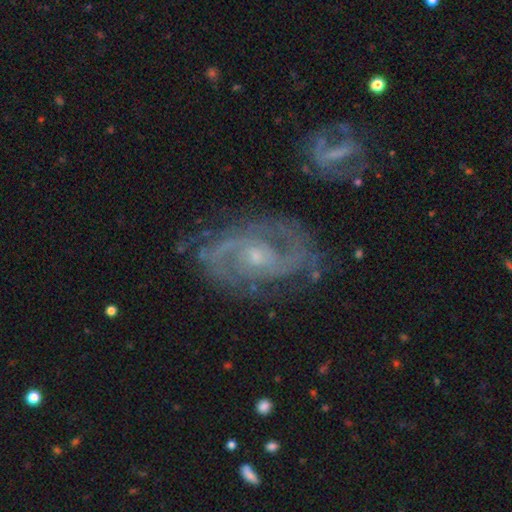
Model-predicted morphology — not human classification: This is clearly a featured or disk galaxy (86%). It is clearly not viewed edge-on (97%). Bar: possibly no (58%). Spiral arm pattern: clearly yes (96%). Spiral arm count: likely 2 (74%). Spiral winding: possibly medium (50%). Central bulge: likely small (67%). Merging: likely none (71%).